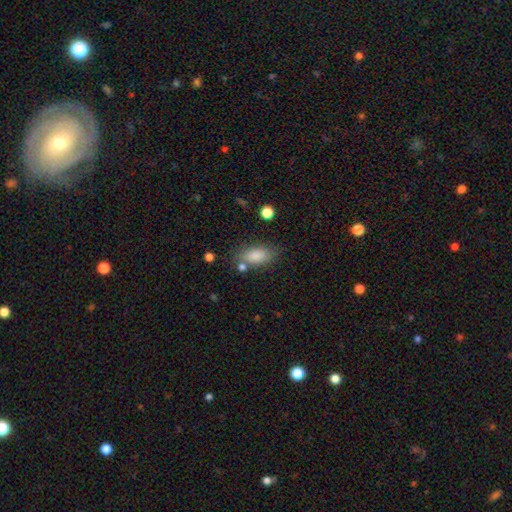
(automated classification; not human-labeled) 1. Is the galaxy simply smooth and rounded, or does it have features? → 85% smooth, 8% star or artifact, 7% featured or disk.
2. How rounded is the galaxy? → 89% in between, 6% cigar-shaped, 5% round.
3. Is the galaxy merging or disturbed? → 69% none, 16% minor disturbance, 9% merger, 5% major disturbance.